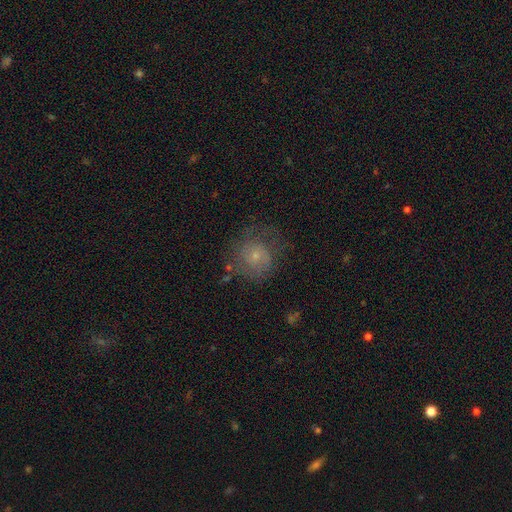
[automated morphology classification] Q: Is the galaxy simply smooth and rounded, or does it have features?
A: featured or disk — 50%.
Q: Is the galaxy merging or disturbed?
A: none — 59%.